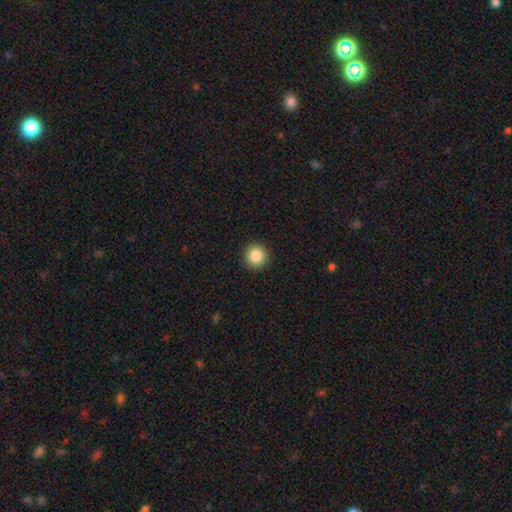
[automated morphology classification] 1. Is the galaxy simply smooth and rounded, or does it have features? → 86% smooth, 9% star or artifact, 5% featured or disk.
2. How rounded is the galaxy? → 94% round, 5% in between, 1% cigar-shaped.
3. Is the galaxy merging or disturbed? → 93% none, 5% minor disturbance, 2% major disturbance, 1% merger.